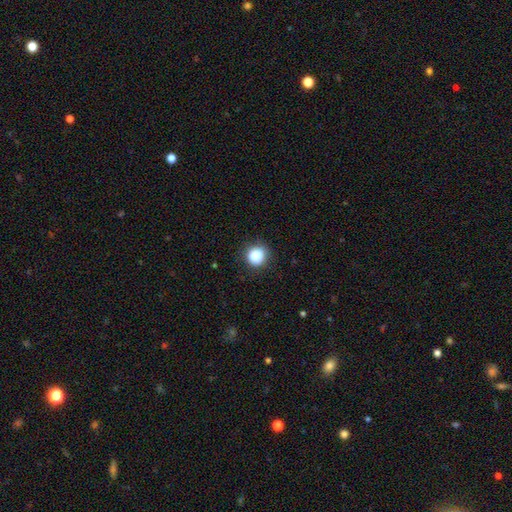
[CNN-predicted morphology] Smooth or featured: smooth — 86% (star or artifact — 10%)
How rounded: round — 91% (in between — 8%)
Merging: none — 87% (minor disturbance — 10%)